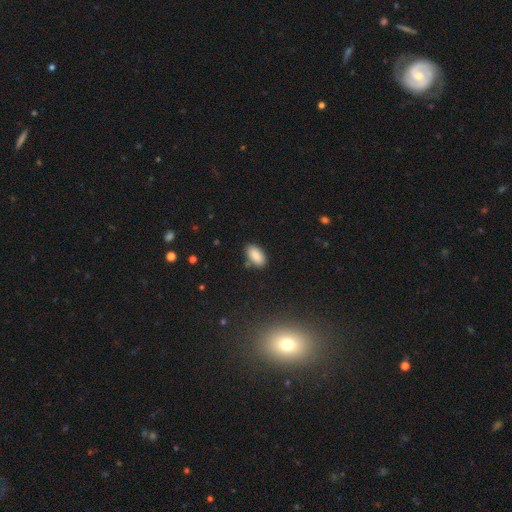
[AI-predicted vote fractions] Morphology: type=smooth (87%); roundness=in between (94%); merging=none (82%).